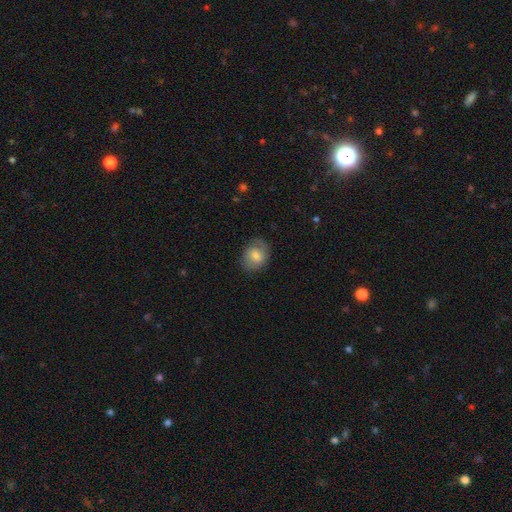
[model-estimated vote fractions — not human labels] smooth-or-featured: smooth: 69% | featured or disk: 23% | star or artifact: 8%
  how-rounded: round: 50% | in between: 49% | cigar-shaped: 1%
  merging: none: 72% | minor disturbance: 19% | major disturbance: 7% | merger: 1%